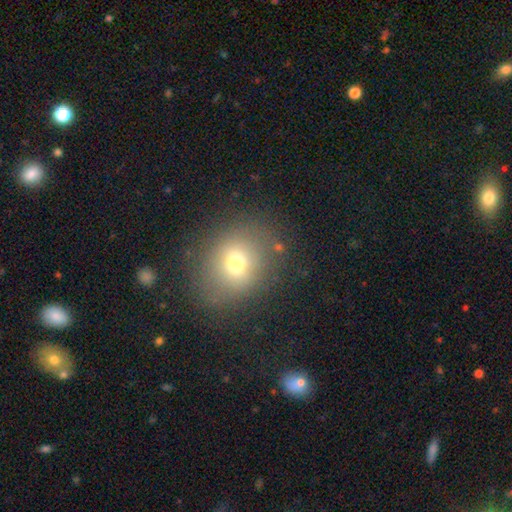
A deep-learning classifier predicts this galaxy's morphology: A smooth galaxy with no disk features (65%) that is round (67%).

Vote fractions:
- Smooth or featured? smooth: 65% / star or artifact: 21% / featured or disk: 15%
- How rounded? round: 67% / in between: 32% / cigar-shaped: 1%
- Merging? none: 84% / minor disturbance: 10% / major disturbance: 4% / merger: 2%